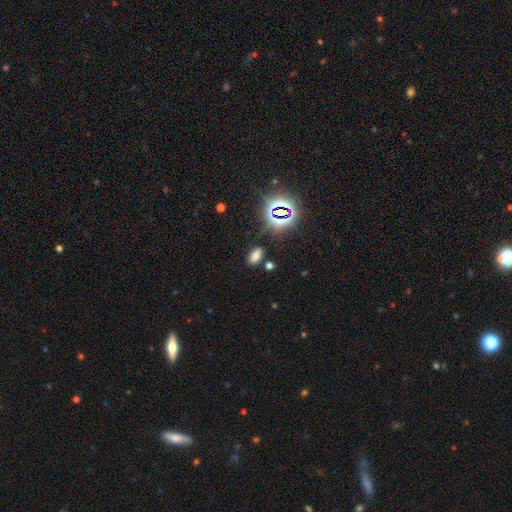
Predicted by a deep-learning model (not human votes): A smooth galaxy with no disk features (59%) that is in between round and cigar-shaped (89%).

Vote fractions:
- Smooth or featured? smooth: 59% / star or artifact: 32% / featured or disk: 9%
- How rounded? in between: 89% / round: 7% / cigar-shaped: 4%
- Merging? none: 82% / minor disturbance: 10% / merger: 4% / major disturbance: 3%